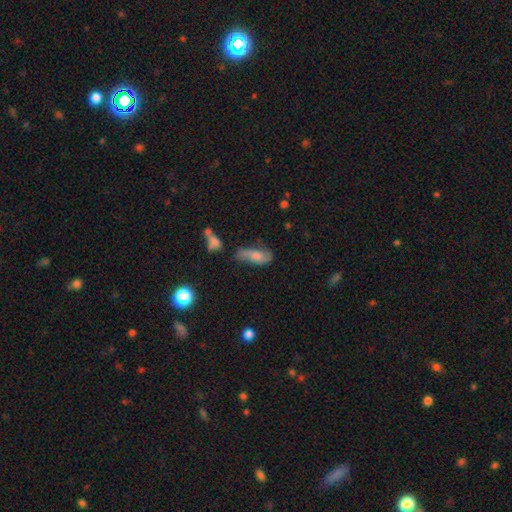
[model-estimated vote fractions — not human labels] The model was most divided on "smooth or featured": smooth: 52%, featured or disk: 39%, star or artifact: 9%. Remaining: how rounded — in between (75%); merging — none (48%).